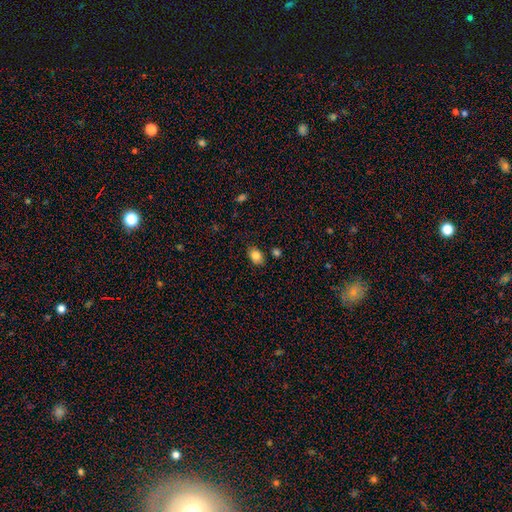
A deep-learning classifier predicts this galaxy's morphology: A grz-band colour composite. It shows a smooth galaxy with no disk features (83%) that is in between round and cigar-shaped (76%). Merging: none (83%).